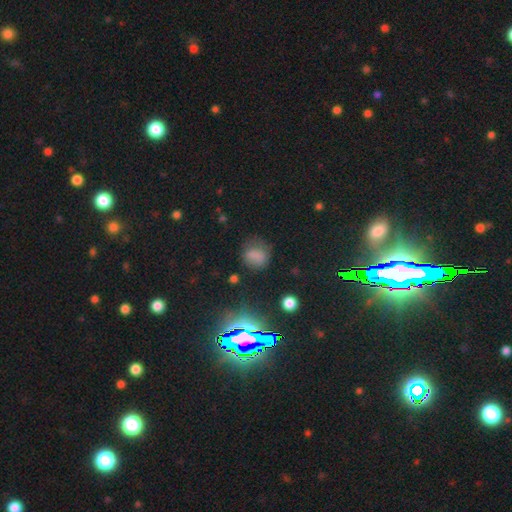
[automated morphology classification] This appears to be a smooth galaxy with no disk features (71%) that is round (63%). Merging: none (63%).